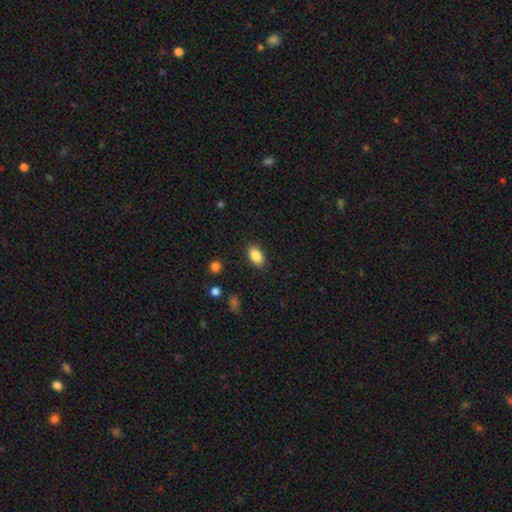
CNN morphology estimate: type=smooth (86%); roundness=in between (90%); merging=none (87%).